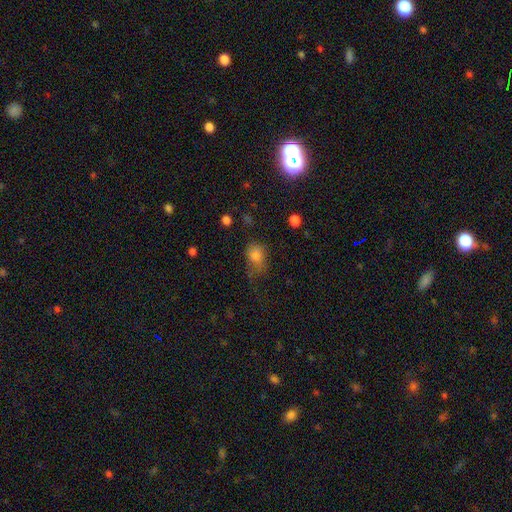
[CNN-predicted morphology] The model was most divided on "merging": none: 43%, minor disturbance: 32%, major disturbance: 23%, merger: 3%. More confident: smooth or featured — smooth (77%); how rounded — in between (62%).